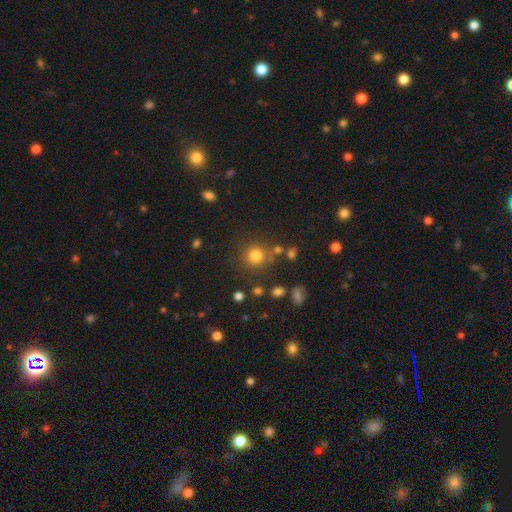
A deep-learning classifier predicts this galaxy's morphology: A smooth galaxy with no disk features (78%) that is round (92%).

Vote fractions:
- Smooth or featured? smooth: 78% / star or artifact: 15% / featured or disk: 7%
- How rounded? round: 92% / in between: 7% / cigar-shaped: 1%
- Merging? none: 78% / minor disturbance: 10% / merger: 7% / major disturbance: 5%